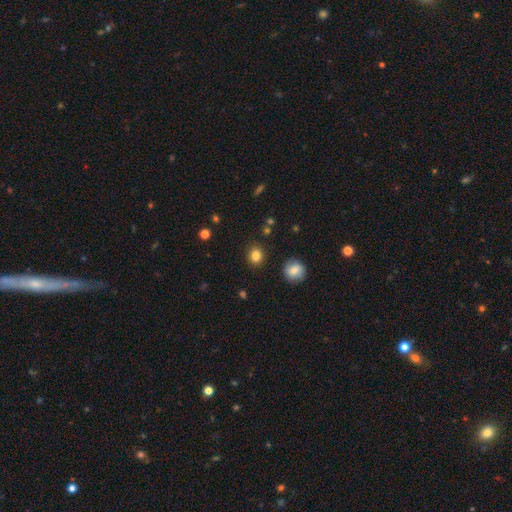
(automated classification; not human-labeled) The model was most divided on "how rounded": round: 69%, in between: 30%, cigar-shaped: 1%. More confident: merging — none (88%); smooth or featured — smooth (84%).